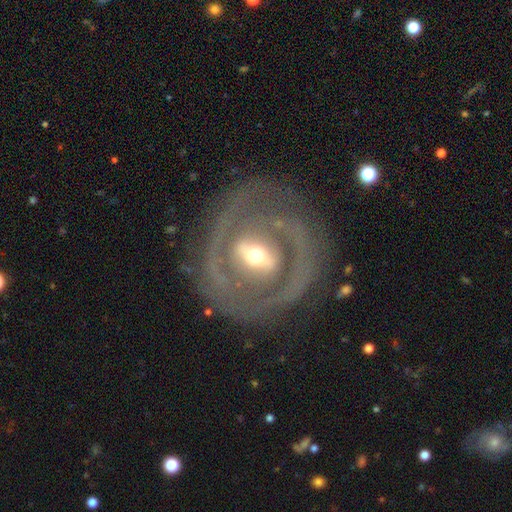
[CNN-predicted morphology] Smooth or featured: featured or disk — 80% (smooth — 15%)
Edge-on disk: no — 94% (yes — 6%)
Bar: strong — 42% (weak — 34%)
Spiral arms: yes — 60% (no — 40%)
Bulge size: moderate — 56% (small — 35%)
Merging: none — 72% (minor disturbance — 15%)